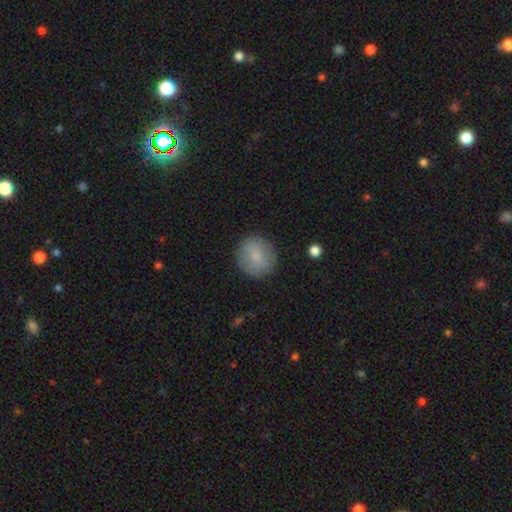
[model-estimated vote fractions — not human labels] Smooth or featured? Predicted: smooth (p=0.81). How rounded? Predicted: round (p=0.88). Merging? Predicted: none (p=0.87).